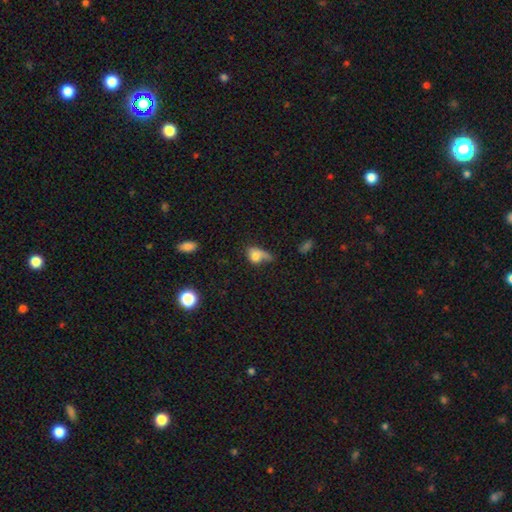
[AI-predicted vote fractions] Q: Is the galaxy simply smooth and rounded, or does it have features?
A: smooth — 72%.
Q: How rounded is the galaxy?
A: in between — 65%.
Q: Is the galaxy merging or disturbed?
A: major disturbance — 34%.